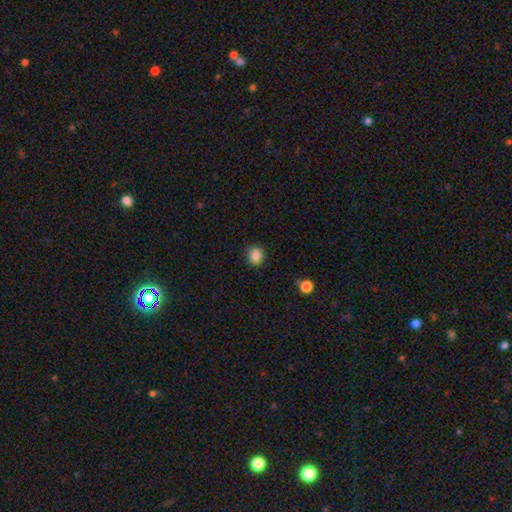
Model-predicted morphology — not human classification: The model was most divided on "how rounded": round: 79%, in between: 20%, cigar-shaped: 1%. More confident: merging — none (87%); smooth or featured — smooth (85%).